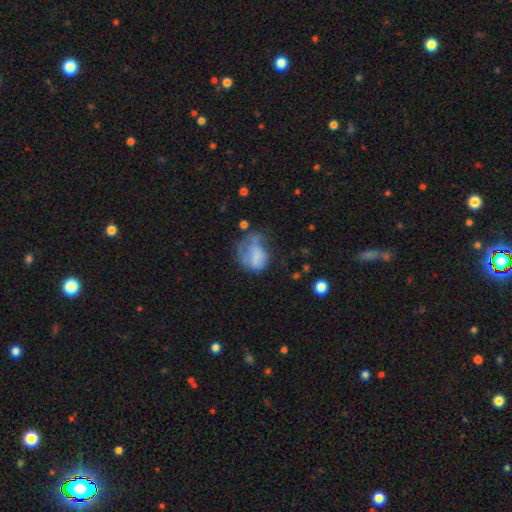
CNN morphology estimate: Smooth or featured: smooth — 60% (featured or disk — 30%)
How rounded: in between — 55% (round — 44%)
Merging: major disturbance — 44% (minor disturbance — 28%)